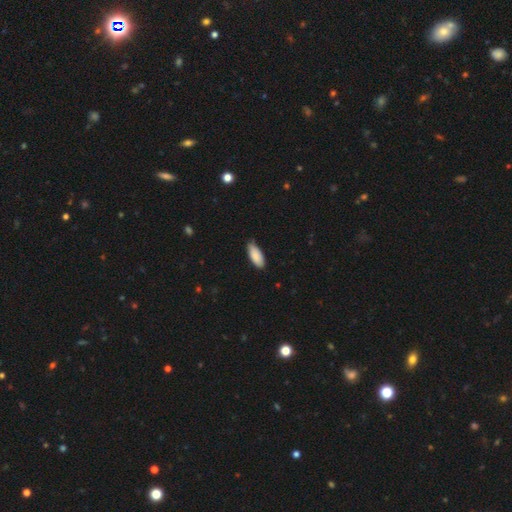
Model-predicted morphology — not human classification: Smooth or featured?
  - smooth: 88% *
  - featured or disk: 6%
  - star or artifact: 6%
How rounded?
  - in between: 82% *
  - cigar-shaped: 16%
  - round: 2%
Merging?
  - none: 79% *
  - minor disturbance: 18%
  - major disturbance: 2%
  - merger: 1%